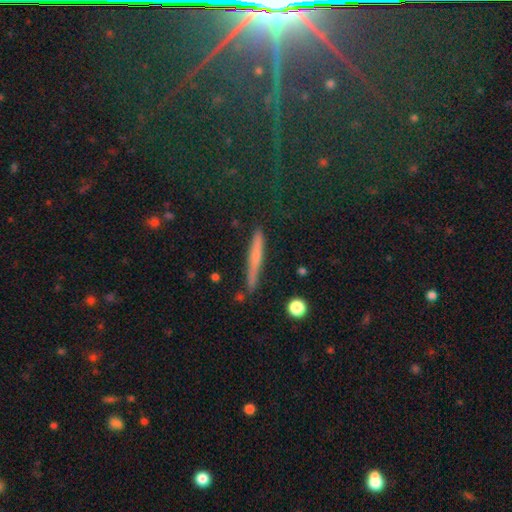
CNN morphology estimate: smooth 52%, featured or disk 37%, star or artifact 11%. Down the decision tree: how rounded — cigar-shaped (94%); merging — none (84%).